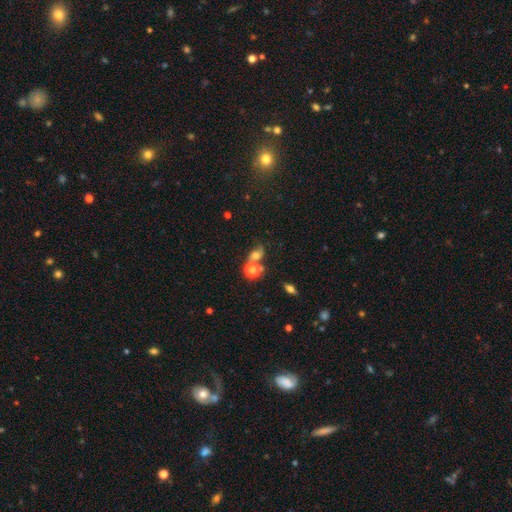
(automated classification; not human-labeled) A smooth galaxy with no disk features (58%) that is round (54%). Merging: none (40%).